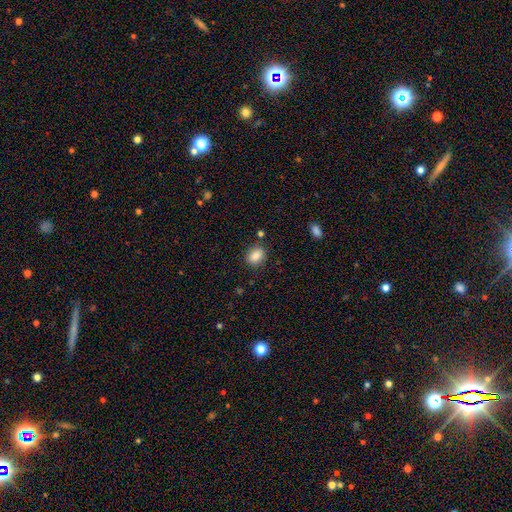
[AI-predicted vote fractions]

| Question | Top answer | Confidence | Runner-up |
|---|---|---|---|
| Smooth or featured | smooth | 86% | star or artifact (9%) |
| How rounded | in between | 58% | round (40%) |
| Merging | none | 84% | minor disturbance (10%) |